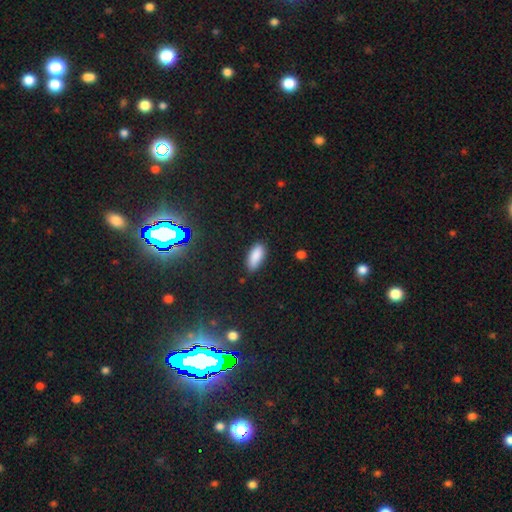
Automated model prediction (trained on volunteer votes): smooth_or_featured: smooth (p=0.87) [alt: star or artifact p=0.08]
how_rounded: in between (p=0.84) [alt: cigar-shaped p=0.14]
merging: none (p=0.82) [alt: minor disturbance p=0.14]